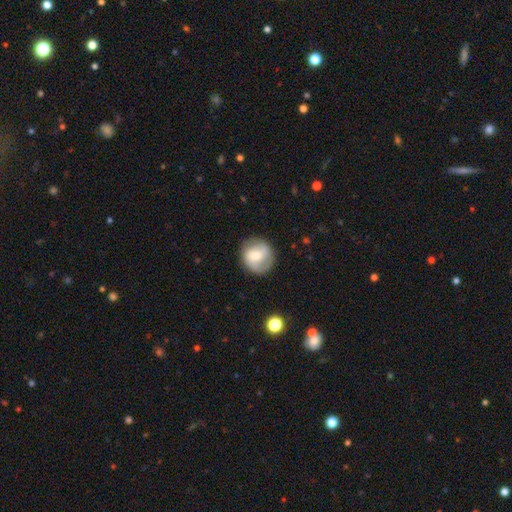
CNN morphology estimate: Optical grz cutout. It shows a smooth galaxy with no disk features (58%) that is round (87%). Merging: none (77%).